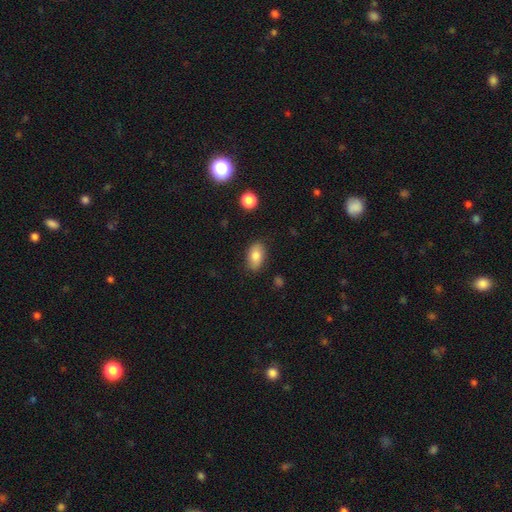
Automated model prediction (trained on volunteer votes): Morphology: type=smooth (82%); roundness=in between (90%); merging=none (84%).